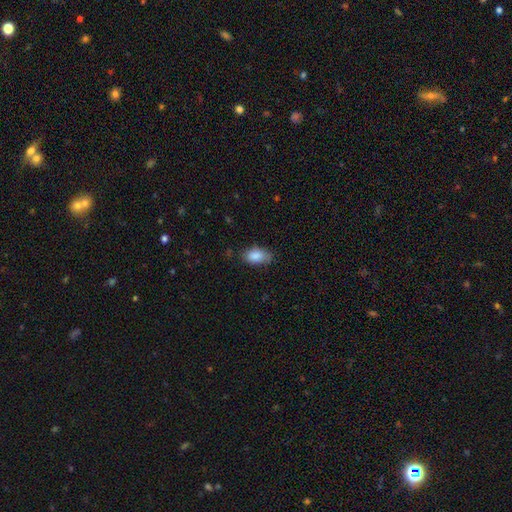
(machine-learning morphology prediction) Smooth or featured? Predicted: smooth (p=0.86). How rounded? Predicted: in between (p=0.91). Merging? Predicted: none (p=0.69).